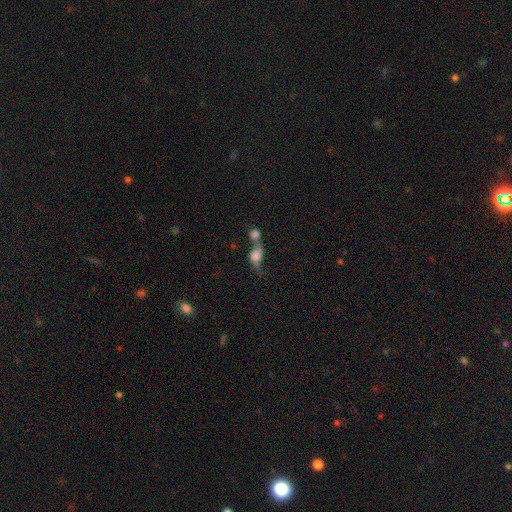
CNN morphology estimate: Smooth or featured: featured or disk — 45% (smooth — 43%)
Merging: merger — 62% (none — 18%)